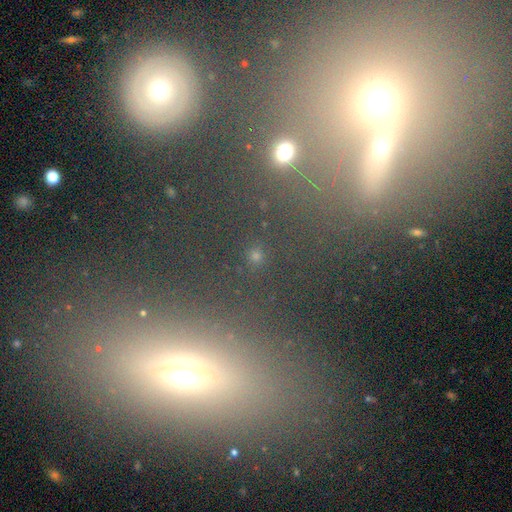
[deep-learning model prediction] Smooth or featured? smooth (51%)
How rounded? round (52%)
Merging? none (73%)